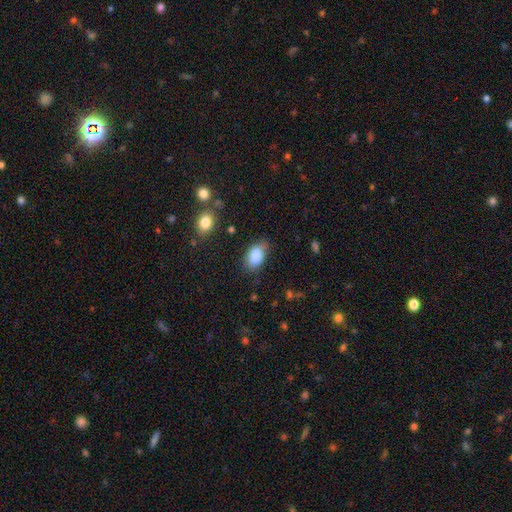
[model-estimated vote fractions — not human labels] This is clearly a smooth galaxy (87%). How rounded: clearly in between (91%). Merging: likely none (71%).